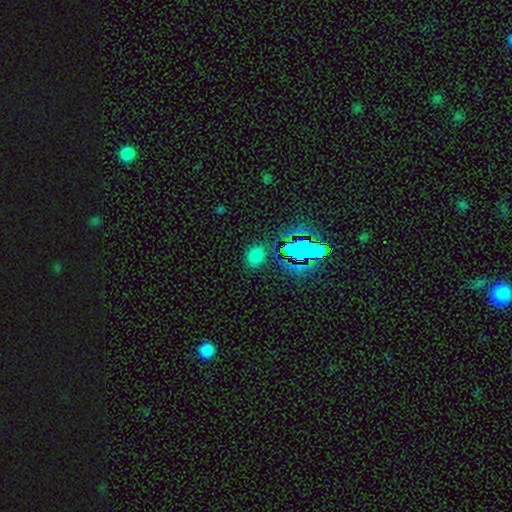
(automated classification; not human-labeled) Smooth or featured? Predicted: smooth (p=0.70). How rounded? Predicted: round (p=0.52). Merging? Predicted: none (p=0.81).